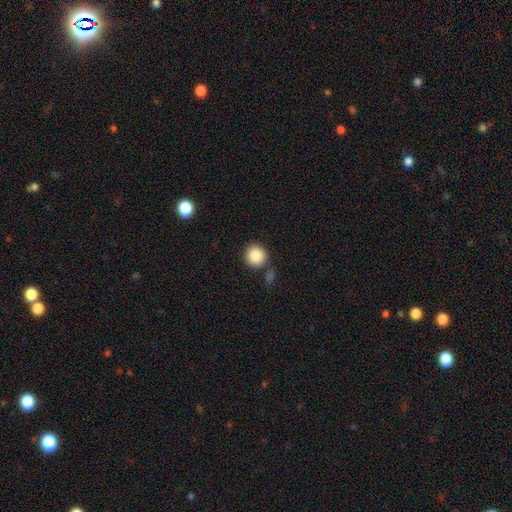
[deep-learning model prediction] Overall: smooth (88%). How rounded: round (93%). Merging: none (79%).